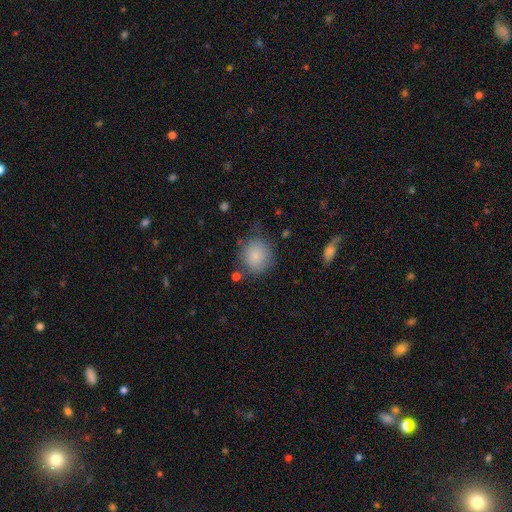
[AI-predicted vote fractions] smooth-or-featured: smooth: 85% | star or artifact: 8% | featured or disk: 7%
  how-rounded: round: 85% | in between: 14% | cigar-shaped: 1%
  merging: none: 69% | minor disturbance: 20% | major disturbance: 6% | merger: 4%